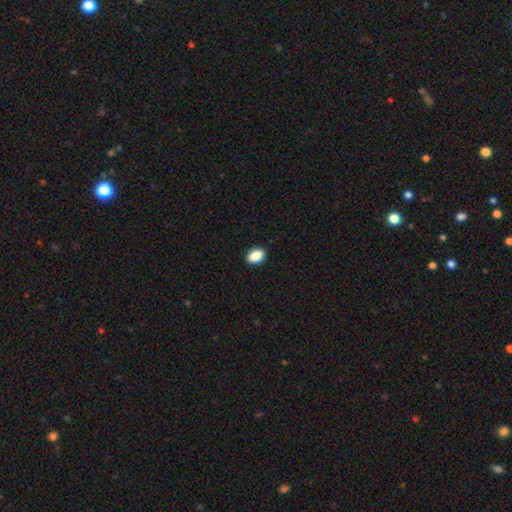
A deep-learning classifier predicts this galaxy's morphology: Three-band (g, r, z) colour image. It shows a smooth galaxy with no disk features (88%) that is in between round and cigar-shaped (88%). Merging: none (90%).